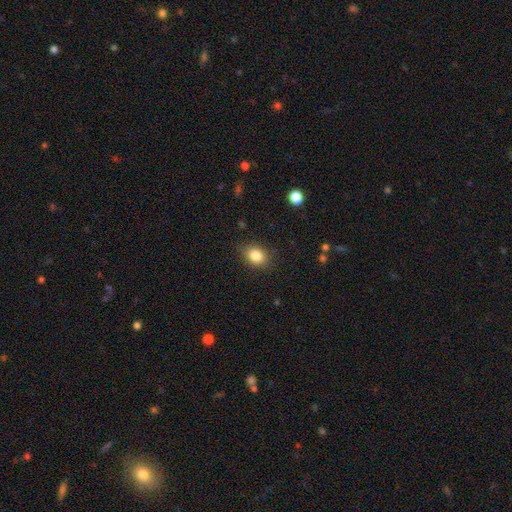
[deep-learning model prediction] A smooth galaxy with no disk features (84%) that is in between round and cigar-shaped (67%).

Vote fractions:
- Smooth or featured? smooth: 84% / star or artifact: 10% / featured or disk: 7%
- How rounded? in between: 67% / round: 32% / cigar-shaped: 1%
- Merging? none: 84% / minor disturbance: 12% / major disturbance: 3% / merger: 1%